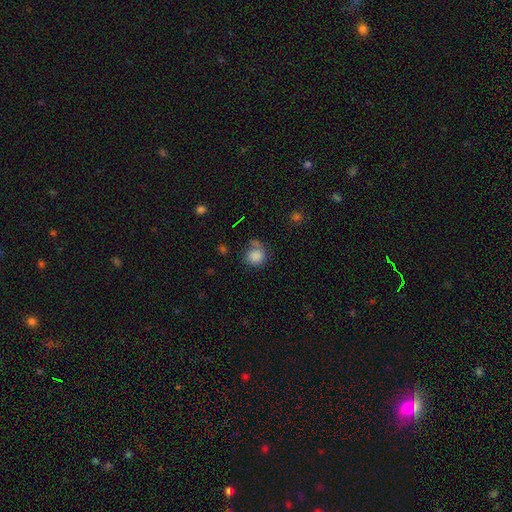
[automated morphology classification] Smooth or featured?
  - smooth: 80% *
  - featured or disk: 10%
  - star or artifact: 10%
How rounded?
  - round: 76% *
  - in between: 23%
  - cigar-shaped: 1%
Merging?
  - none: 47% *
  - minor disturbance: 26%
  - major disturbance: 18%
  - merger: 9%